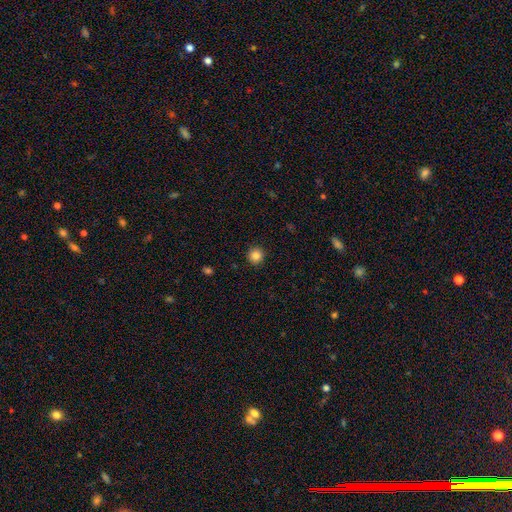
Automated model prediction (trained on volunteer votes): Q: Smooth or featured?
A: smooth (85%); runner-up: star or artifact (11%)
Q: How rounded?
A: round (94%); runner-up: in between (5%)
Q: Merging?
A: none (93%); runner-up: minor disturbance (5%)